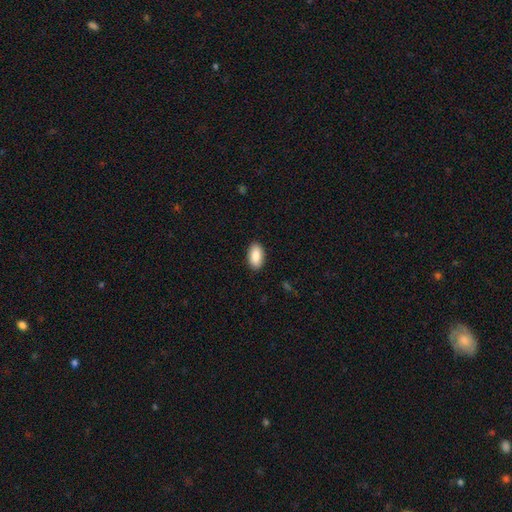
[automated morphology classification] This appears to be a smooth galaxy with no disk features (86%) that is in between round and cigar-shaped (94%). Merging: none (90%).